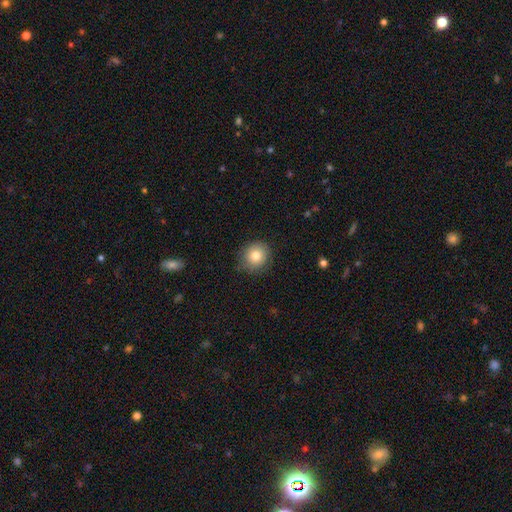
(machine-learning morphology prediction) Q: Smooth or featured?
A: smooth (79%); runner-up: featured or disk (11%)
Q: How rounded?
A: round (86%); runner-up: in between (13%)
Q: Merging?
A: none (82%); runner-up: minor disturbance (14%)